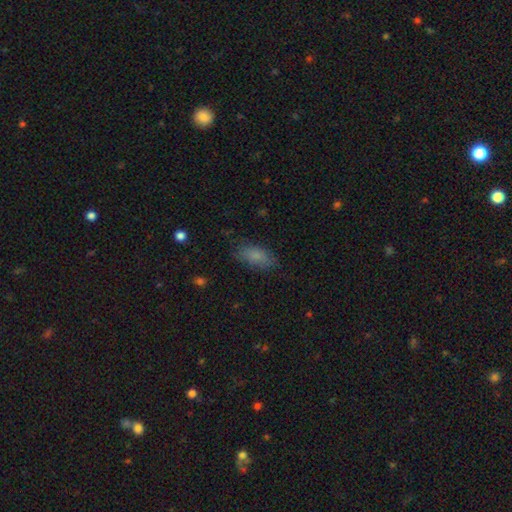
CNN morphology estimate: The model was most divided on "merging": none: 78%, minor disturbance: 16%, major disturbance: 5%, merger: 1%. More confident: how rounded — in between (87%); smooth or featured — smooth (83%).